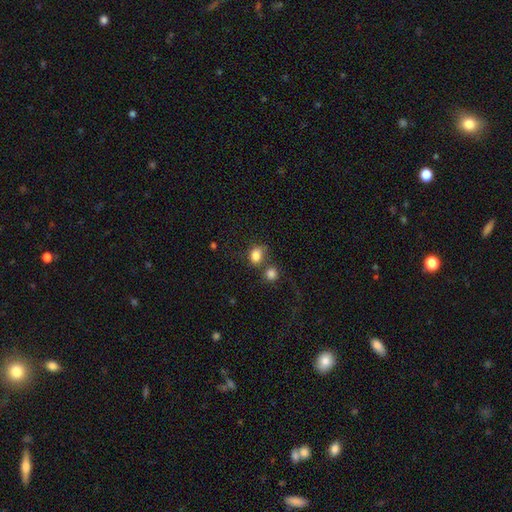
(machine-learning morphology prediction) smooth 82%, star or artifact 11%, featured or disk 7%. Down the decision tree: how rounded — in between (50%); merging — none (47%).